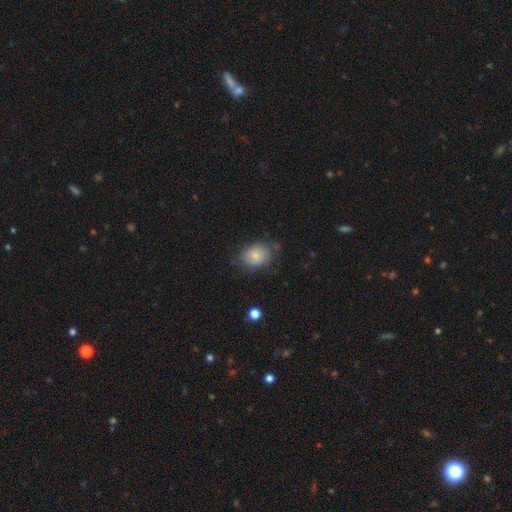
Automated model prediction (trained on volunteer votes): A smooth galaxy with no disk features (76%) that is in between round and cigar-shaped (53%). Merging: none (63%).